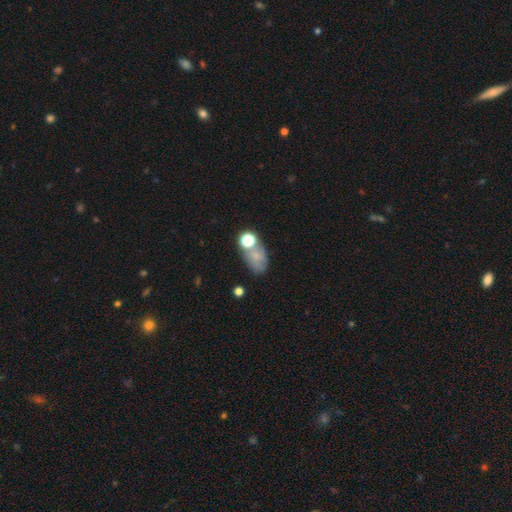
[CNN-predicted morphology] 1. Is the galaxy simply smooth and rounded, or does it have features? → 64% smooth, 20% featured or disk, 16% star or artifact.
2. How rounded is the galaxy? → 78% in between, 21% round, 2% cigar-shaped.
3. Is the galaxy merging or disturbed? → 42% none, 24% merger, 21% minor disturbance, 13% major disturbance.